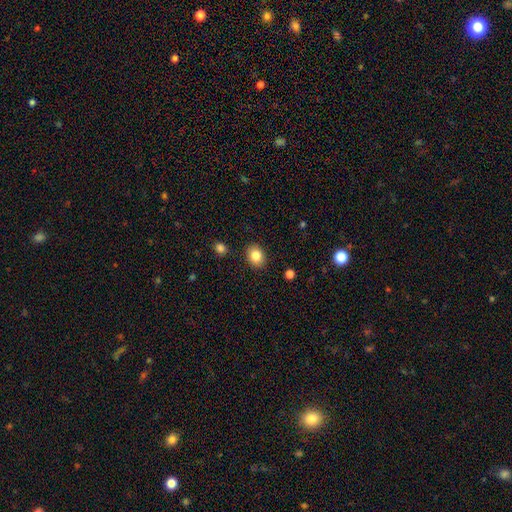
This appears to be a smooth galaxy with no disk features (92%) that is in between round and cigar-shaped (74%). Merging: none (89%).